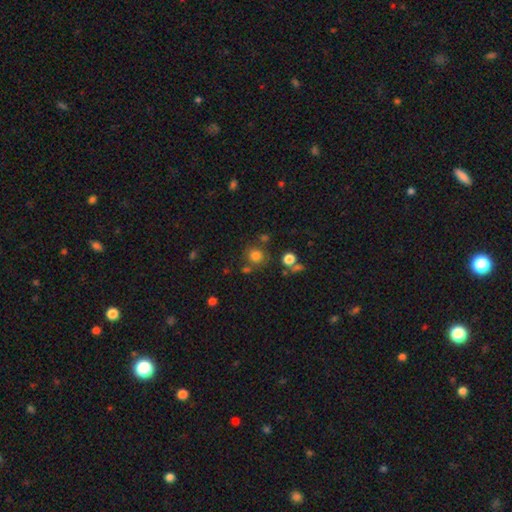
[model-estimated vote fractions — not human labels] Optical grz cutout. It shows a smooth galaxy with no disk features (77%) that is round (89%). Merging: none (75%).